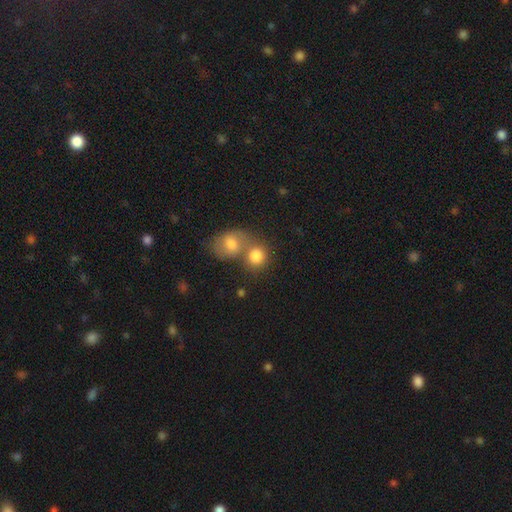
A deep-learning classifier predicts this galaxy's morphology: A smooth galaxy with no disk features (81%) that is round (75%). Merging: merger (50%).